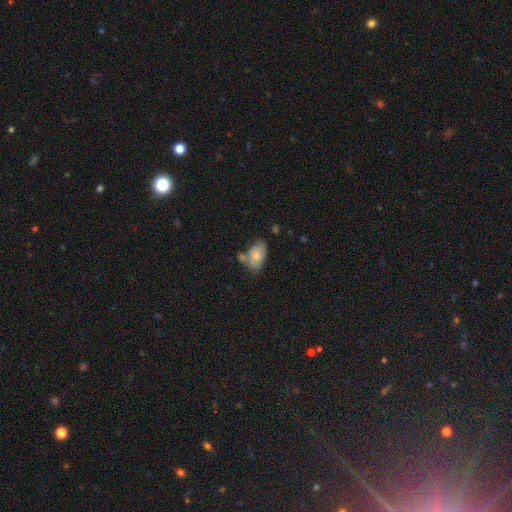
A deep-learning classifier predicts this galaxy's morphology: smooth 77%, featured or disk 17%, star or artifact 7%. Down the decision tree: how rounded — in between (91%); merging — none (49%).